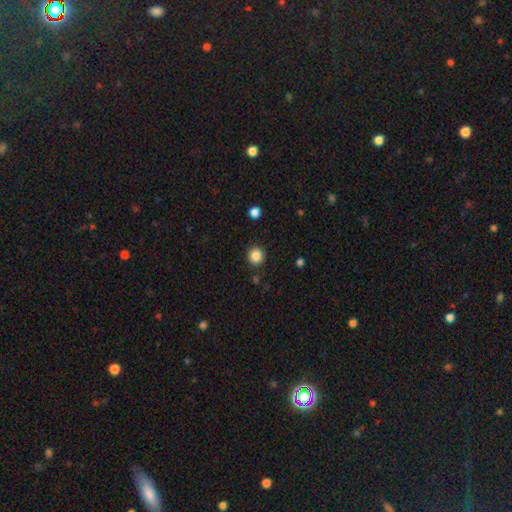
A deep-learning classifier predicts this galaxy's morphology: smooth-or-featured: smooth: 86% | star or artifact: 10% | featured or disk: 3%
  how-rounded: round: 91% | in between: 8% | cigar-shaped: 1%
  merging: none: 90% | minor disturbance: 6% | major disturbance: 2% | merger: 2%